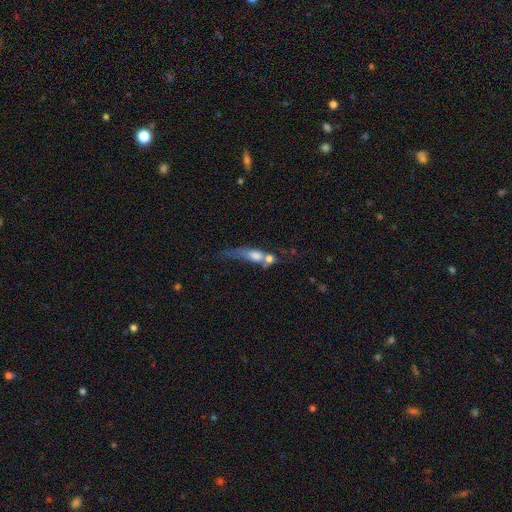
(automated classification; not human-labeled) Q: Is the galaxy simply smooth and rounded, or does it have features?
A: smooth — 53%.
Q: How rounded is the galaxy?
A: in between — 41%, tied with cigar-shaped.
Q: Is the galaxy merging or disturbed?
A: merger — 50%.